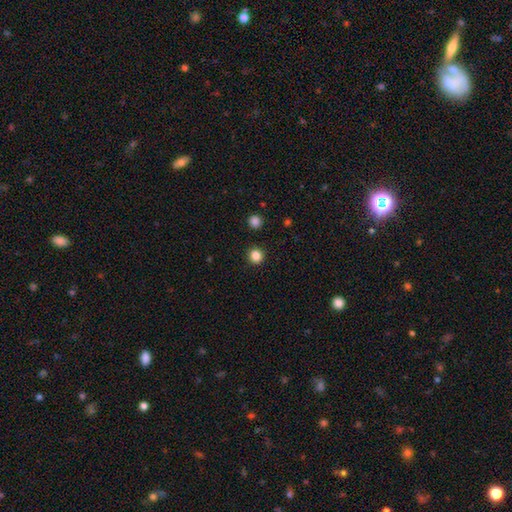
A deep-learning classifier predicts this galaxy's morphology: Smooth or featured: smooth — 84% (star or artifact — 12%)
How rounded: round — 93% (in between — 6%)
Merging: none — 93% (minor disturbance — 4%)